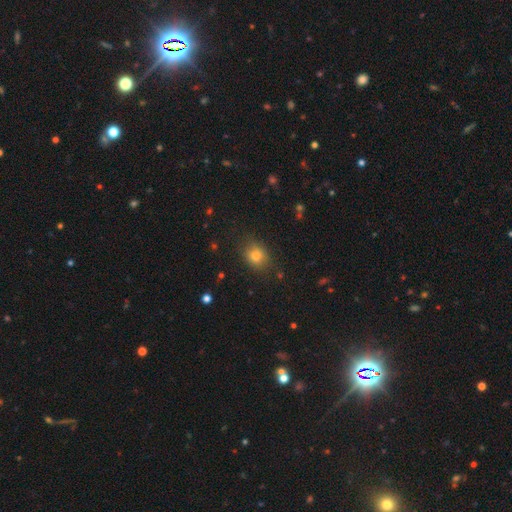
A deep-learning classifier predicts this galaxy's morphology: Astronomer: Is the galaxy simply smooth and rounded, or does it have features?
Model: smooth — 78%.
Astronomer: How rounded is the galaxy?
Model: round — 55% (runner-up: in between, 44%).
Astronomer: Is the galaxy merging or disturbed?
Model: none — 83%.